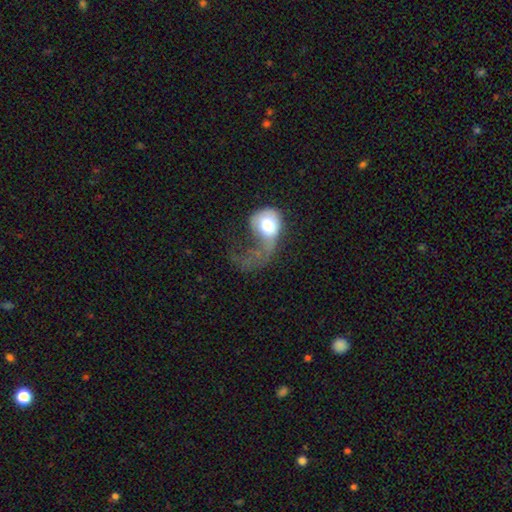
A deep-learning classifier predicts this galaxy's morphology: This appears to be a featured or disk galaxy (46%). Merging: major disturbance (70%).